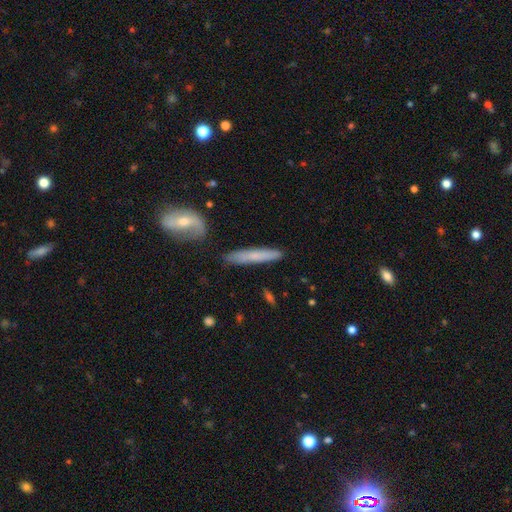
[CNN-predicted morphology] Smooth or featured? smooth (64%)
How rounded? cigar-shaped (92%)
Merging? none (84%)